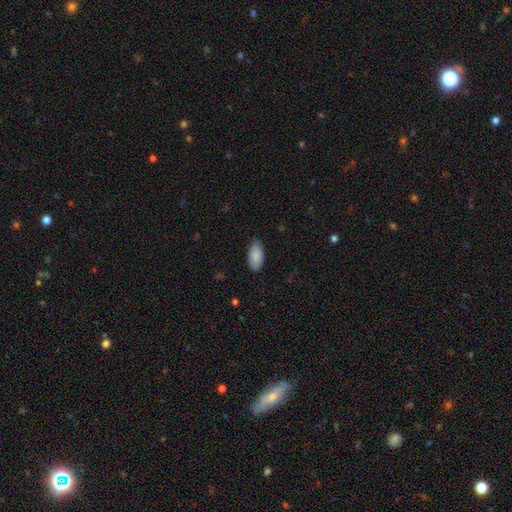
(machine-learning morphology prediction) Smooth or featured?
  - smooth: 88% *
  - star or artifact: 6%
  - featured or disk: 6%
How rounded?
  - in between: 93% *
  - cigar-shaped: 5%
  - round: 2%
Merging?
  - none: 80% *
  - minor disturbance: 16%
  - major disturbance: 3%
  - merger: 1%